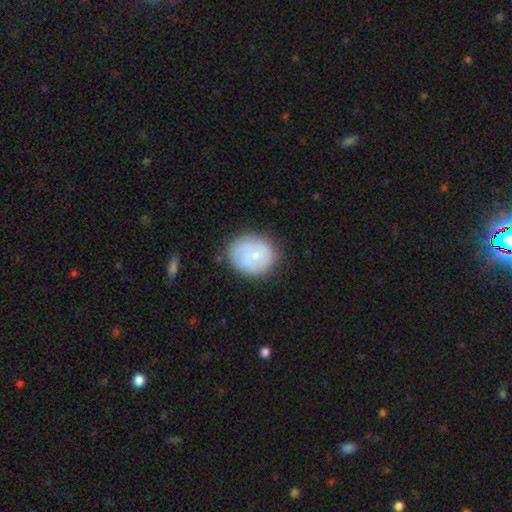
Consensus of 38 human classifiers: Overall: smooth (63%; featured or disk 29%). How rounded: round (79%). Merging: none (66%; minor disturbance 31%).